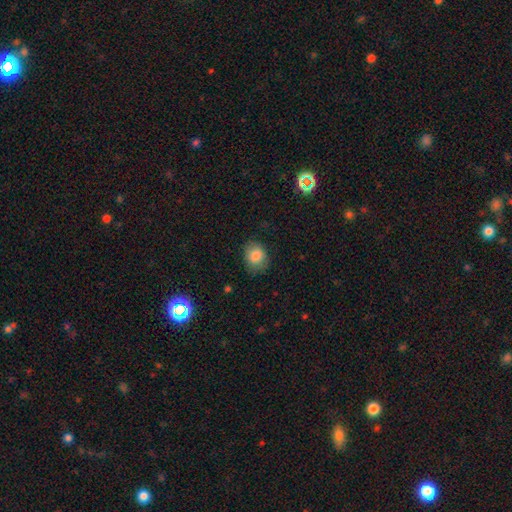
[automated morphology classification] smooth-or-featured: smooth: 84% | star or artifact: 9% | featured or disk: 8%
  how-rounded: round: 56% | in between: 43% | cigar-shaped: 1%
  merging: none: 76% | minor disturbance: 19% | major disturbance: 4% | merger: 1%